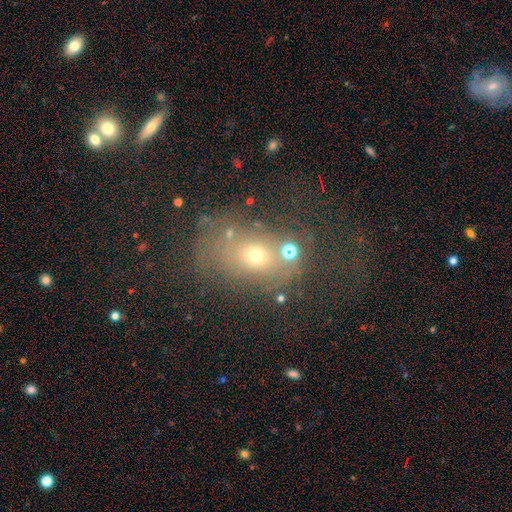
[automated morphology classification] The model was most divided on "how rounded": in between: 53%, round: 45%, cigar-shaped: 2%. Remaining: smooth or featured — smooth (52%); merging — none (40%).